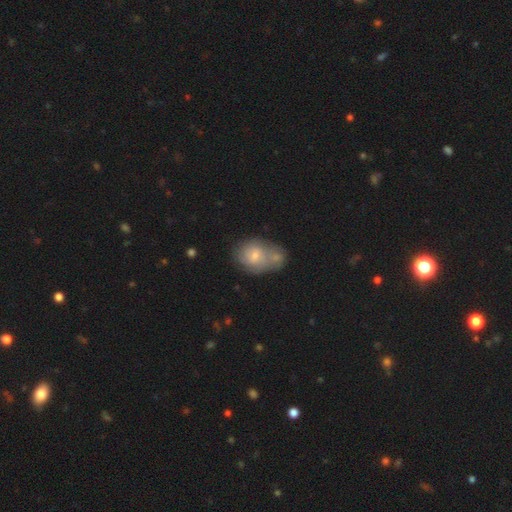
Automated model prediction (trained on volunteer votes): Smooth or featured?
  - smooth: 61% *
  - featured or disk: 31%
  - star or artifact: 8%
How rounded?
  - in between: 68% *
  - round: 31%
  - cigar-shaped: 2%
Merging?
  - merger: 54% *
  - none: 24%
  - minor disturbance: 15%
  - major disturbance: 7%